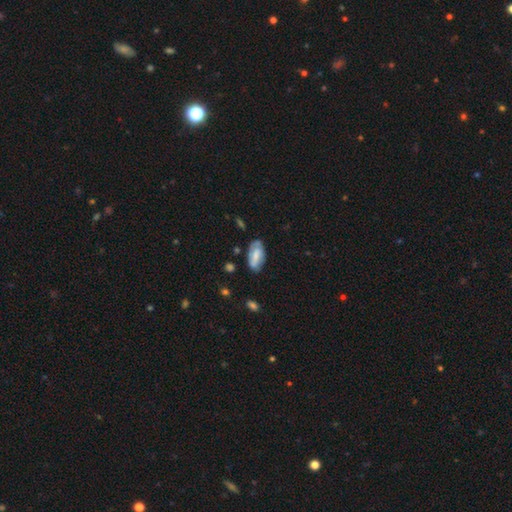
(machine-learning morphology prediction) Smooth or featured?
  - smooth: 54% *
  - featured or disk: 38%
  - star or artifact: 8%
How rounded?
  - in between: 91% *
  - cigar-shaped: 6%
  - round: 3%
Merging?
  - none: 62% *
  - minor disturbance: 27%
  - major disturbance: 8%
  - merger: 3%